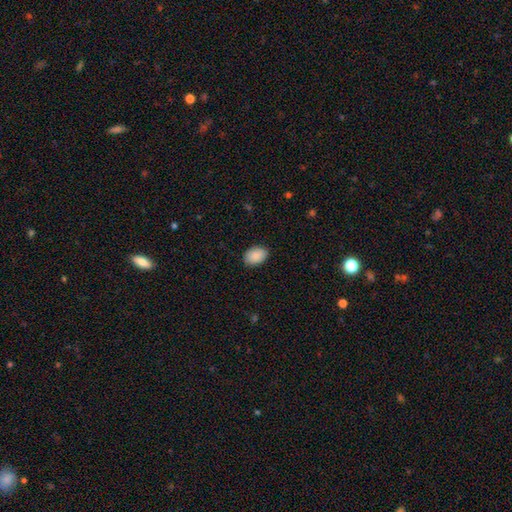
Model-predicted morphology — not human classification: Smooth or featured? smooth (90%)
How rounded? in between (82%)
Merging? none (88%)